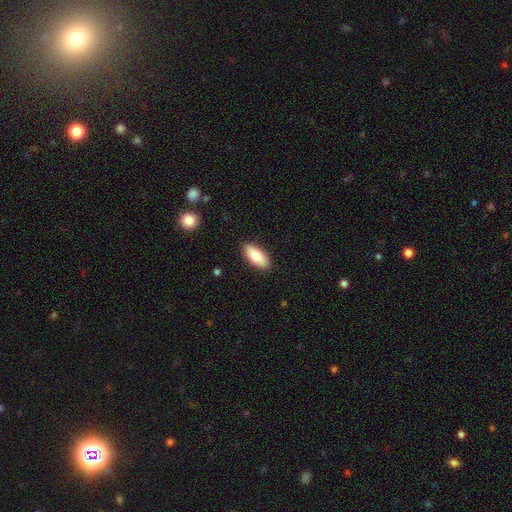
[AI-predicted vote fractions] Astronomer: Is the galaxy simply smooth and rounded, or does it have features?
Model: smooth — 80%.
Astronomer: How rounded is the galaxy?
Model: in between — 87%.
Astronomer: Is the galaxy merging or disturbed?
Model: none — 88%.